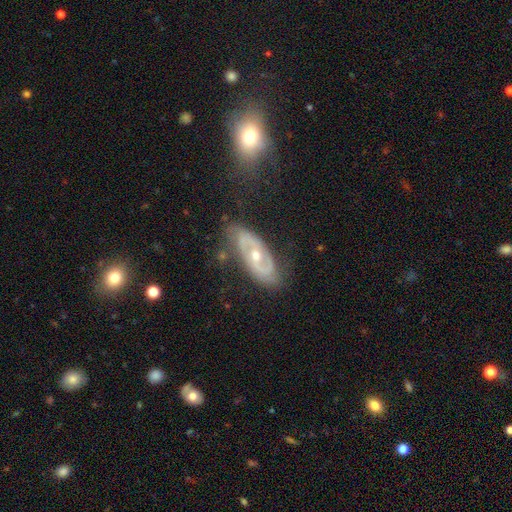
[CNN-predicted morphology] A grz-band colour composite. It shows a featured or disk galaxy (81%) with no bar (60%), 2 (74%) tight (43%) spiral arms (82%) and a moderate central bulge (53%). Merging: none (71%).